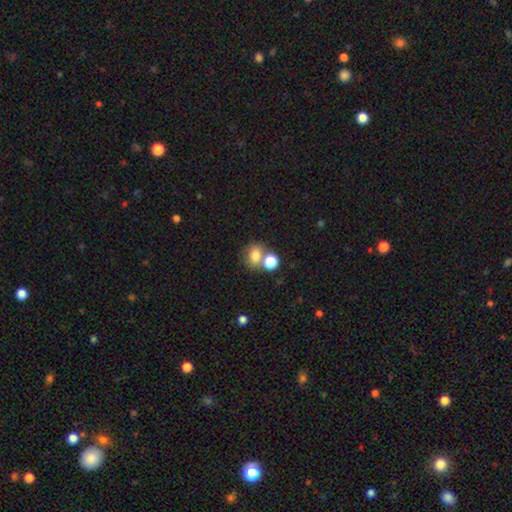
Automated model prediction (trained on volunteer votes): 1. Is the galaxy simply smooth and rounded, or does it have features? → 77% smooth, 12% star or artifact, 10% featured or disk.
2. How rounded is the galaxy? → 55% round, 44% in between, 1% cigar-shaped.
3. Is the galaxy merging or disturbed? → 49% none, 36% merger, 10% minor disturbance, 4% major disturbance.